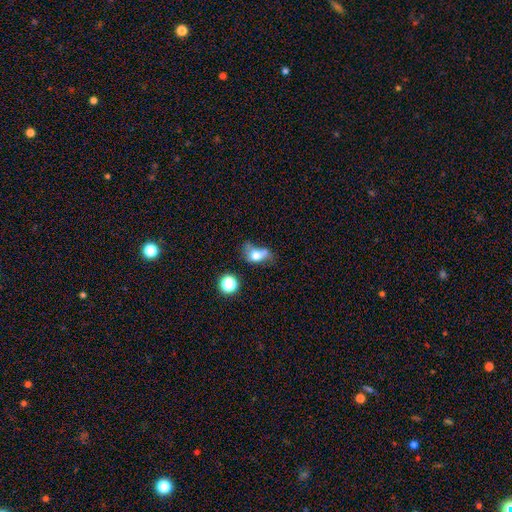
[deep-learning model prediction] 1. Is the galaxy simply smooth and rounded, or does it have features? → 64% smooth, 22% featured or disk, 14% star or artifact.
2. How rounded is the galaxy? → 71% in between, 26% round, 4% cigar-shaped.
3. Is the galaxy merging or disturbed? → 32% major disturbance, 26% minor disturbance, 24% none, 19% merger.